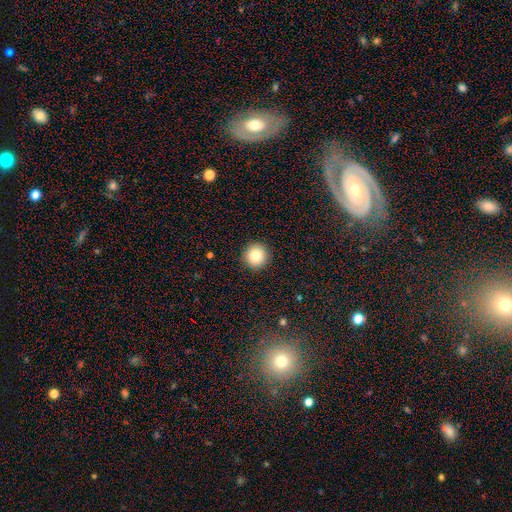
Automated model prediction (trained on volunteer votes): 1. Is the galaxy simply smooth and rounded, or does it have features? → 81% smooth, 11% star or artifact, 8% featured or disk.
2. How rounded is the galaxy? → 96% round, 3% in between, 1% cigar-shaped.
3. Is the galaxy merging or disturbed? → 93% none, 4% minor disturbance, 2% major disturbance, 1% merger.